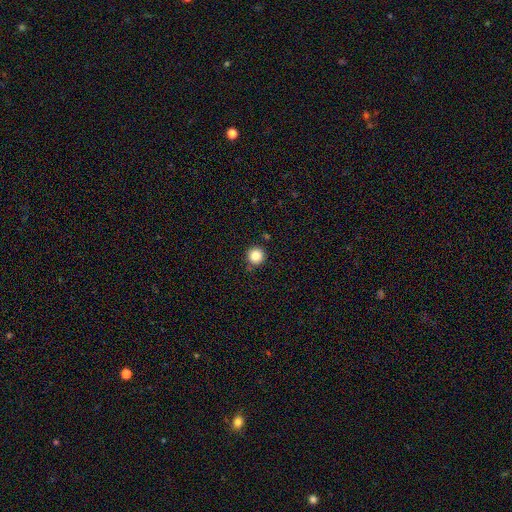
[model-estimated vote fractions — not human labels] Smooth or featured: smooth — 84% (star or artifact — 11%)
How rounded: round — 96% (in between — 3%)
Merging: none — 88% (minor disturbance — 7%)